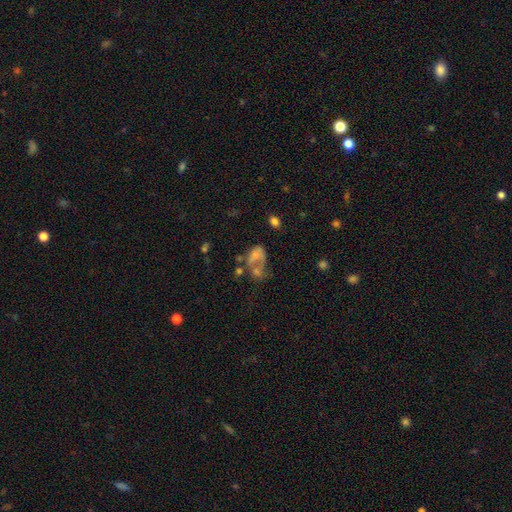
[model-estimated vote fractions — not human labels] Overall: smooth (46%; featured or disk 40%). Merging: merger (38%; major disturbance 33%).